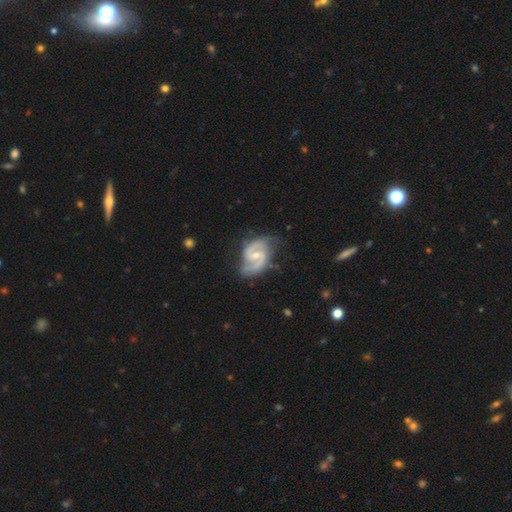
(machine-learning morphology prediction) The model was most divided on "bulge size": small: 51%, moderate: 44%, none: 2%, large: 1%, dominant: 1%. More confident: edge-on disk — no (98%); spiral arms — yes (97%); spiral arm count — 2 (90%); smooth or featured — featured or disk (90%); merging — none (69%); spiral winding — medium (56%); bar — weak (55%).